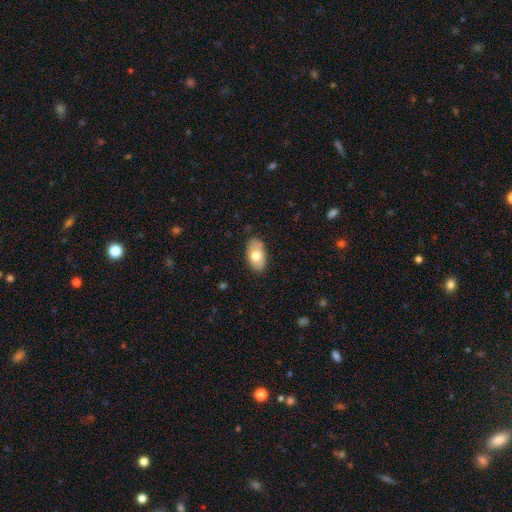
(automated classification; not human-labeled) Smooth or featured: smooth — 72% (featured or disk — 22%)
How rounded: in between — 93% (round — 5%)
Merging: none — 83% (minor disturbance — 13%)